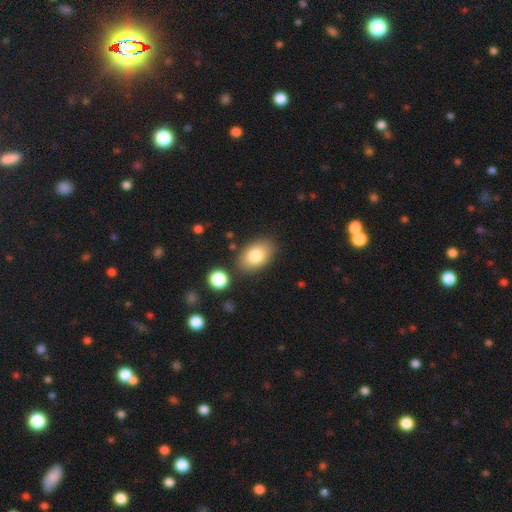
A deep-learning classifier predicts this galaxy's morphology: Smooth or featured: smooth — 81% (featured or disk — 11%)
How rounded: in between — 89% (round — 10%)
Merging: none — 82% (minor disturbance — 11%)